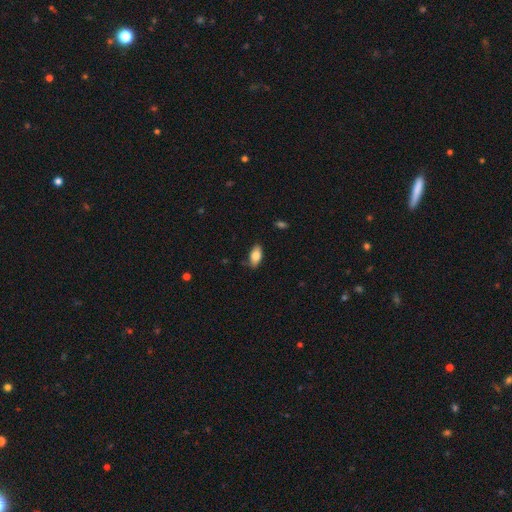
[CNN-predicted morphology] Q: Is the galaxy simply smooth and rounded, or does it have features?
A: smooth — 81%.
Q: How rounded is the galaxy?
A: in between — 90%.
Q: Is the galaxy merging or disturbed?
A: none — 81%.